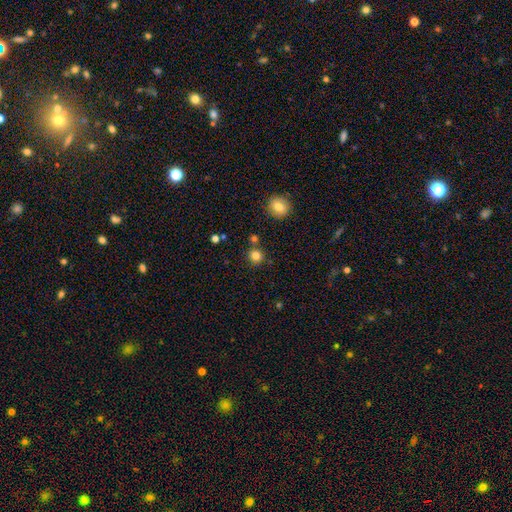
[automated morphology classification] Smooth or featured?
  - smooth: 81% *
  - star or artifact: 14%
  - featured or disk: 6%
How rounded?
  - round: 92% *
  - in between: 7%
  - cigar-shaped: 1%
Merging?
  - none: 80% *
  - merger: 10%
  - minor disturbance: 8%
  - major disturbance: 2%